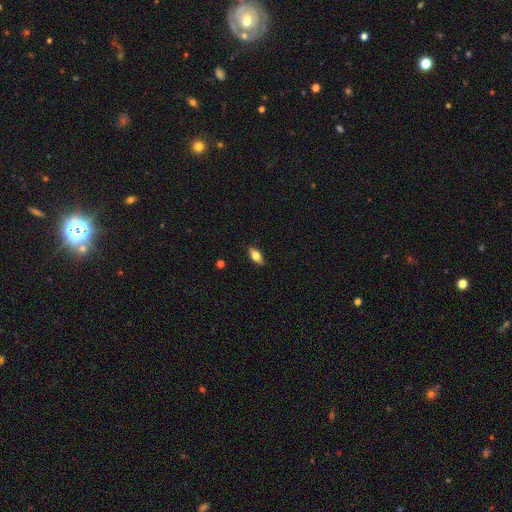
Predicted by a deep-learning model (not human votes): A smooth galaxy with no disk features (61%) that is in between round and cigar-shaped (80%). Merging: none (87%).